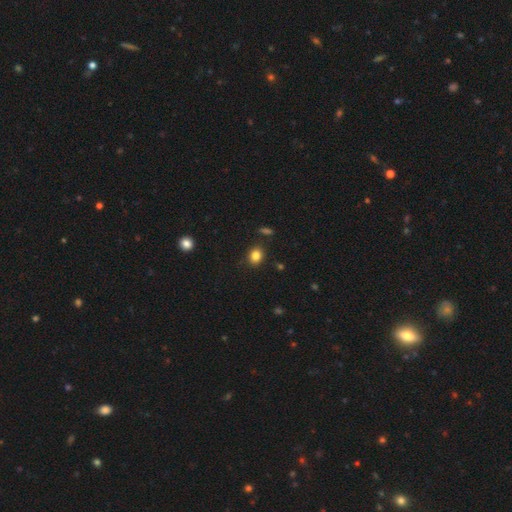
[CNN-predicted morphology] Overall: smooth (84%). How rounded: round (58%; in between 41%). Merging: none (85%).